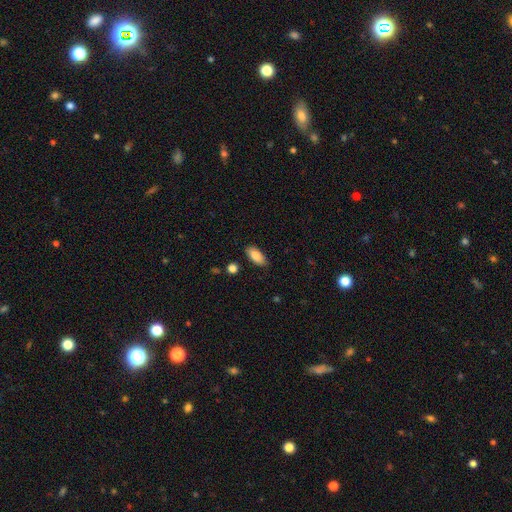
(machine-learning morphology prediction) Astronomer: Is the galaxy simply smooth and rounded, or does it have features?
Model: smooth — 85%.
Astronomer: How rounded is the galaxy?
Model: in between — 89%.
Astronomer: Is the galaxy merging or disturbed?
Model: none — 87%.